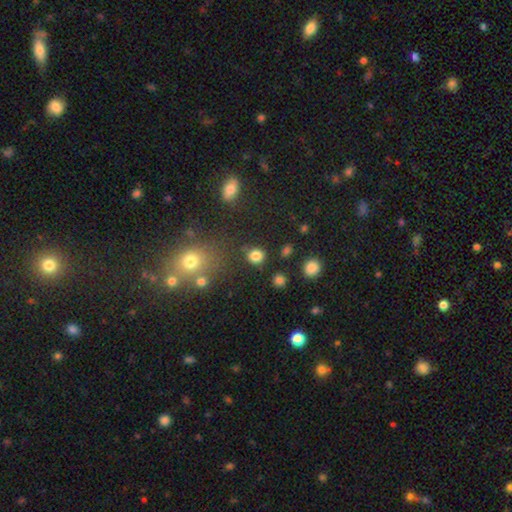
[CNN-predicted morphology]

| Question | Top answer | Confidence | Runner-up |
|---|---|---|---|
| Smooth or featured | smooth | 83% | star or artifact (12%) |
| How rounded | round | 84% | in between (15%) |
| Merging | none | 83% | minor disturbance (9%) |